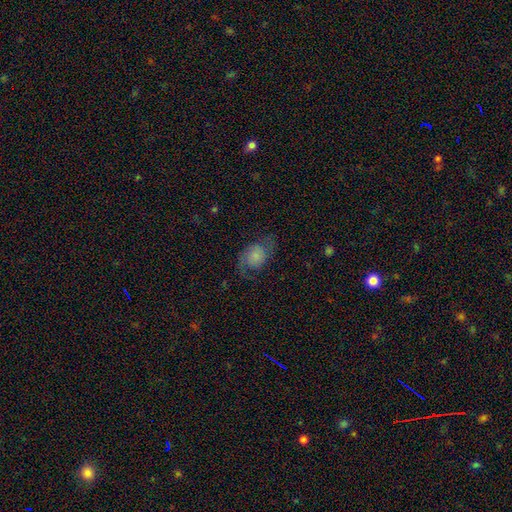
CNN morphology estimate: smooth-or-featured: featured or disk: 57% | smooth: 34% | star or artifact: 10%
  disk-edge-on: no: 96% | yes: 4%
    bar: no: 75% | weak: 21% | strong: 4%
    has-spiral-arms: yes: 89% | no: 11%
    bulge-size: none: 29% | small: 27% | moderate: 20% | large: 17% | dominant: 8%
  merging: none: 66% | minor disturbance: 19% | major disturbance: 13% | merger: 1%